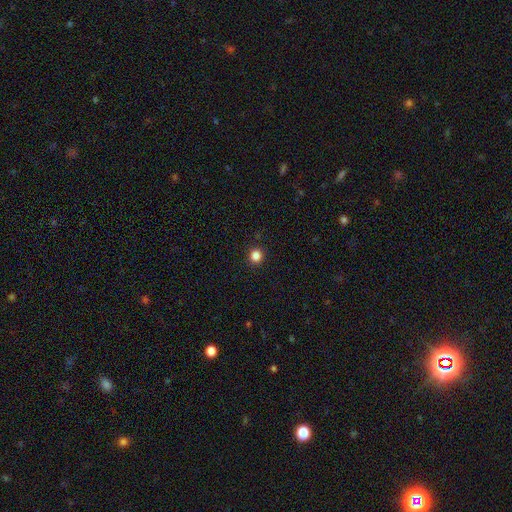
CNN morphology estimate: The model was most divided on "smooth or featured": smooth: 84%, star or artifact: 13%, featured or disk: 4%. More confident: merging — none (93%); how rounded — round (90%).